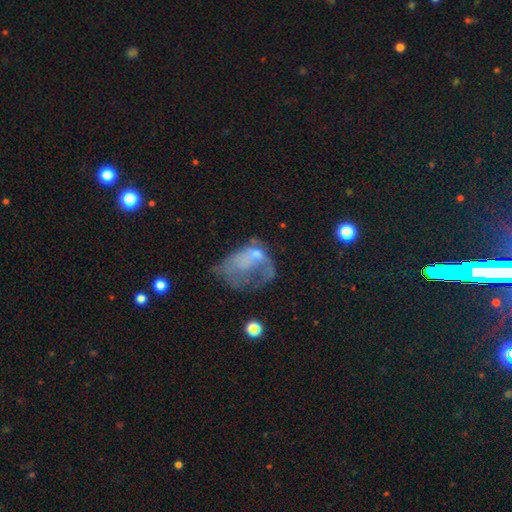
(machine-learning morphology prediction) A featured or disk galaxy (48%). Merging: major disturbance (55%).